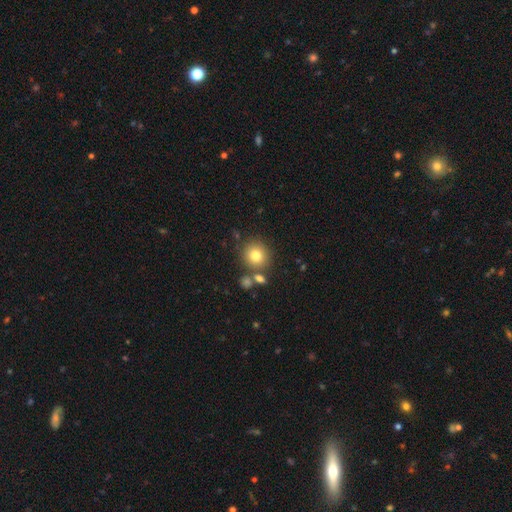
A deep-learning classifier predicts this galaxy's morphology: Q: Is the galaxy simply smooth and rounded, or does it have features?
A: smooth — 79%.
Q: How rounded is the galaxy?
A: round — 89%.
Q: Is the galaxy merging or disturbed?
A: none — 74%.